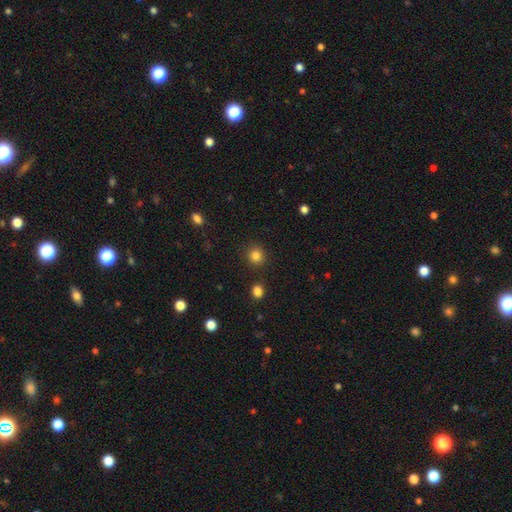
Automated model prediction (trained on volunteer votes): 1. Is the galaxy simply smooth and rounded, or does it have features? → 84% smooth, 12% star or artifact, 4% featured or disk.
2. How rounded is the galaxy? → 90% round, 9% in between, 1% cigar-shaped.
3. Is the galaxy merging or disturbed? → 89% none, 6% minor disturbance, 3% merger, 2% major disturbance.